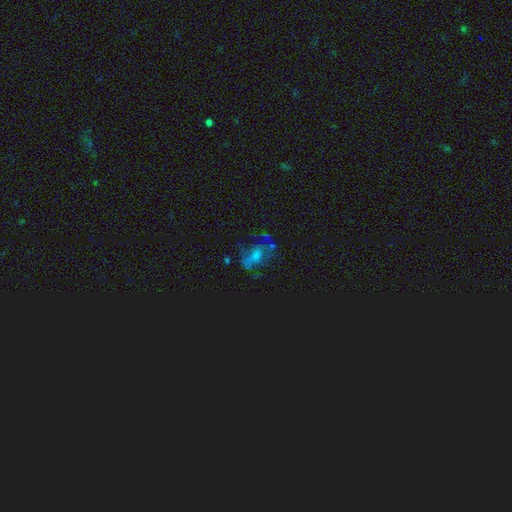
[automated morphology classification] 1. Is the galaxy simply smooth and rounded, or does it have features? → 41% featured or disk, 37% star or artifact, 22% smooth.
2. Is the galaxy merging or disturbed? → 50% none, 24% major disturbance, 21% minor disturbance, 6% merger.